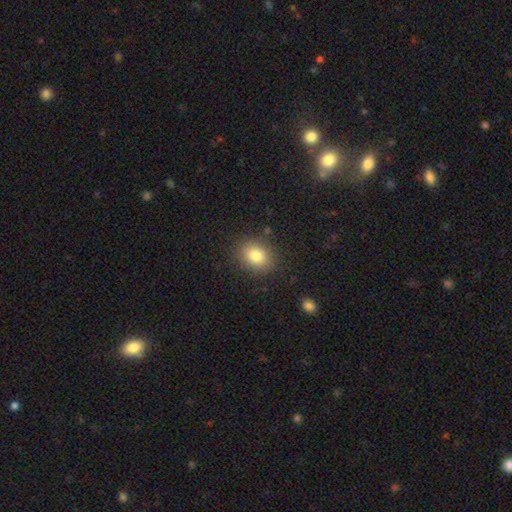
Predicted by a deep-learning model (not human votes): smooth-or-featured: smooth: 82% | star or artifact: 10% | featured or disk: 8%
  how-rounded: in between: 54% | round: 45% | cigar-shaped: 1%
  merging: none: 85% | minor disturbance: 10% | major disturbance: 3% | merger: 2%